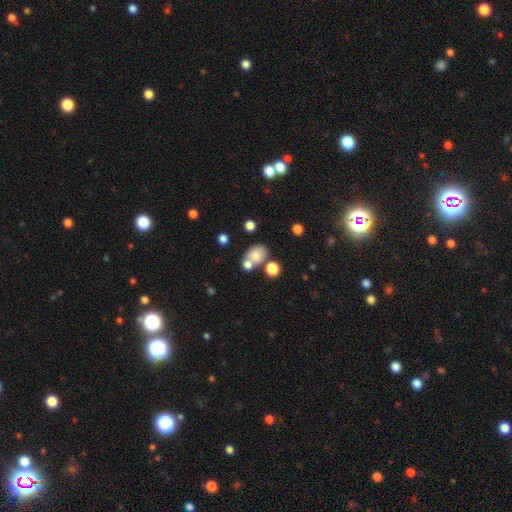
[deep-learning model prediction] smooth 76%, star or artifact 12%, featured or disk 12%. Down the decision tree: how rounded — in between (57%); merging — none (50%).